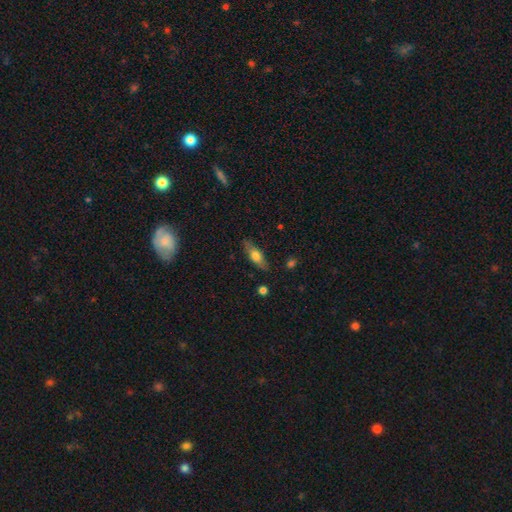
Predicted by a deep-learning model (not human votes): smooth_or_featured: smooth (p=0.58) [alt: featured or disk p=0.35]
how_rounded: in between (p=0.56) [alt: cigar-shaped p=0.40]
merging: none (p=0.79) [alt: minor disturbance p=0.15]